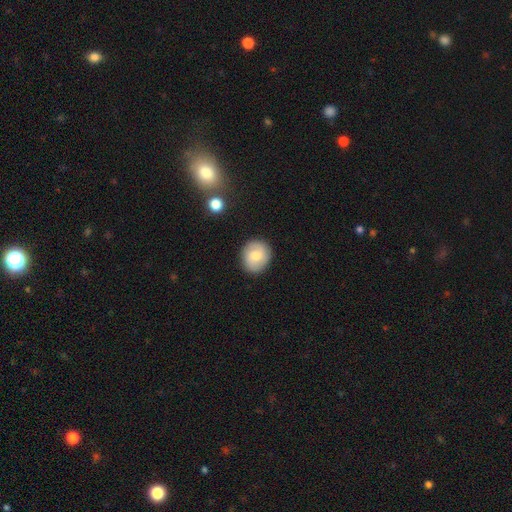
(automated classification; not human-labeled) smooth-or-featured: smooth: 66% | featured or disk: 26% | star or artifact: 8%
  how-rounded: round: 79% | in between: 20% | cigar-shaped: 1%
  merging: none: 87% | minor disturbance: 9% | major disturbance: 2% | merger: 1%